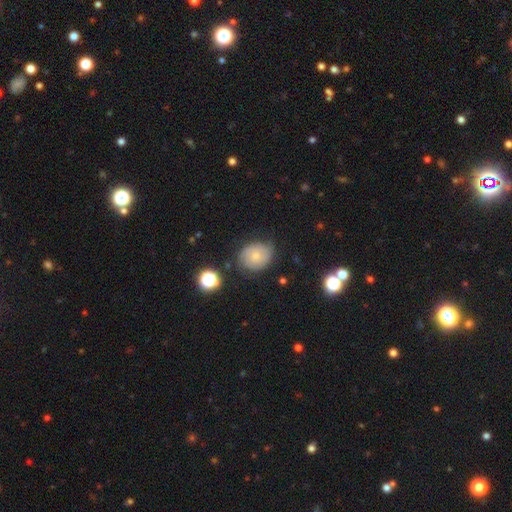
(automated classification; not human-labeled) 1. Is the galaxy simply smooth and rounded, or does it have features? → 48% smooth, 41% featured or disk, 11% star or artifact.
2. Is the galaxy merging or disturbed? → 66% none, 25% minor disturbance, 7% major disturbance, 2% merger.